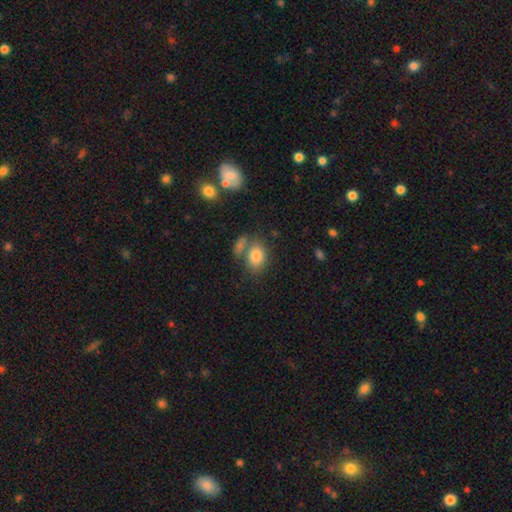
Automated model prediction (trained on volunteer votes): A smooth galaxy with no disk features (80%) that is in between round and cigar-shaped (69%).

Vote fractions:
- Smooth or featured? smooth: 80% / featured or disk: 10% / star or artifact: 9%
- How rounded? in between: 69% / round: 30% / cigar-shaped: 1%
- Merging? none: 52% / merger: 28% / minor disturbance: 14% / major disturbance: 6%